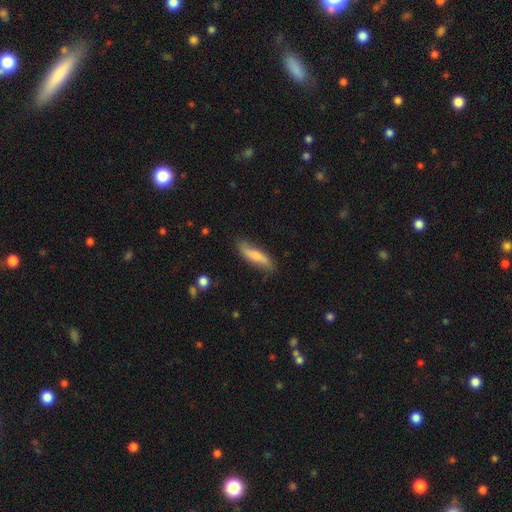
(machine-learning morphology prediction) type=smooth (60%); roundness=cigar-shaped (66%); merging=none (75%).